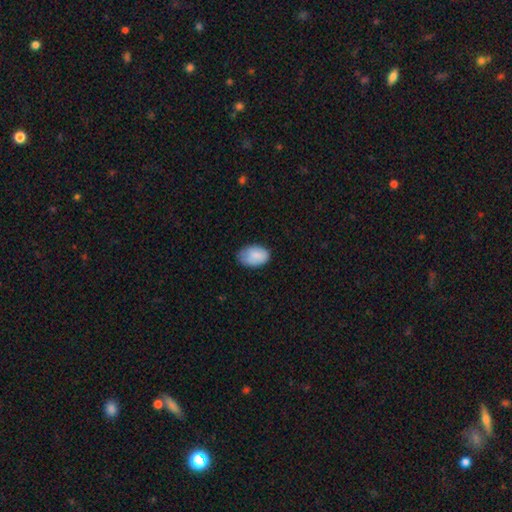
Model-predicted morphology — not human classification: Q: Smooth or featured?
A: smooth (85%); runner-up: featured or disk (8%)
Q: How rounded?
A: in between (89%); runner-up: round (10%)
Q: Merging?
A: none (63%); runner-up: minor disturbance (30%)